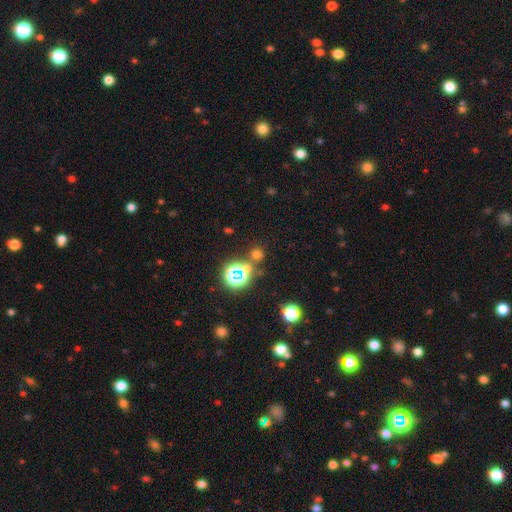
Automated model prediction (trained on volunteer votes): Morphology: type=star or artifact (56%).